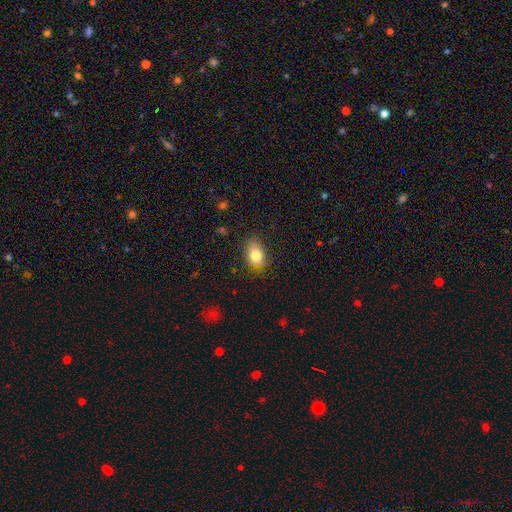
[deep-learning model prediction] smooth-or-featured: smooth: 81% | featured or disk: 10% | star or artifact: 9%
  how-rounded: in between: 77% | round: 22% | cigar-shaped: 1%
  merging: none: 75% | minor disturbance: 20% | major disturbance: 4% | merger: 1%